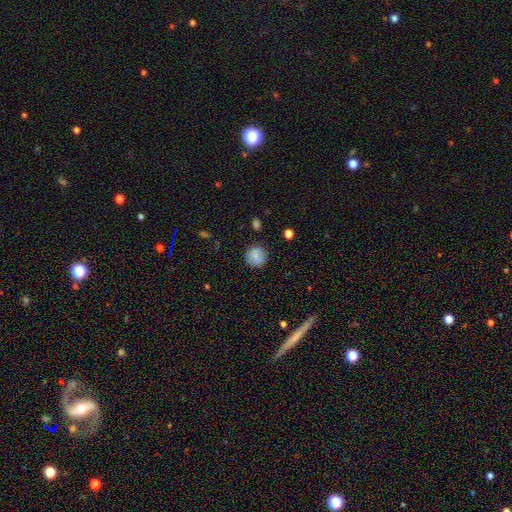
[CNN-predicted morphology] A smooth galaxy with no disk features (82%) that is round (90%).

Vote fractions:
- Smooth or featured? smooth: 82% / featured or disk: 9% / star or artifact: 9%
- How rounded? round: 90% / in between: 9% / cigar-shaped: 1%
- Merging? none: 85% / minor disturbance: 11% / major disturbance: 3% / merger: 2%